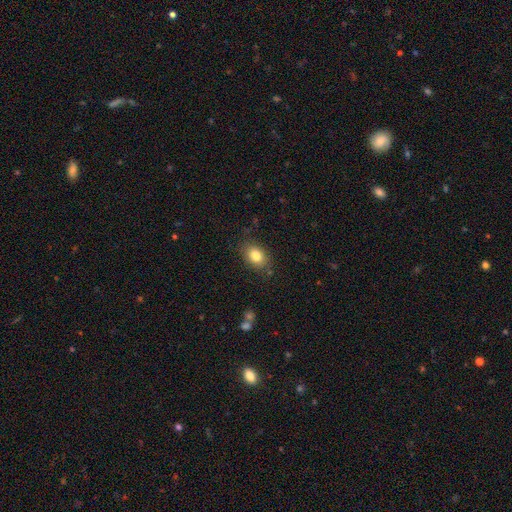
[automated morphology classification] type=smooth (83%); roundness=in between (74%); merging=none (82%).